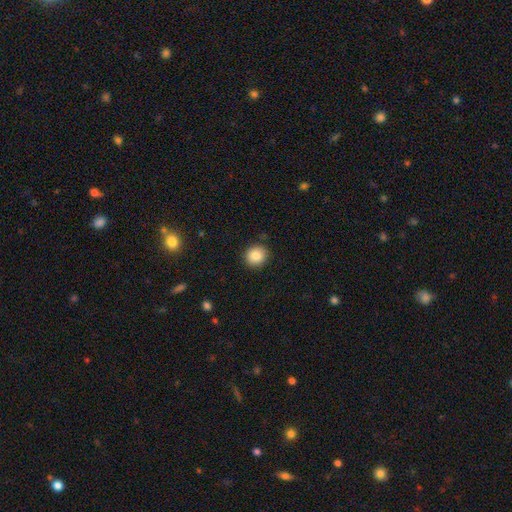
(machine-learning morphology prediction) This appears to be a smooth galaxy with no disk features (85%) that is round (88%). Merging: none (89%).